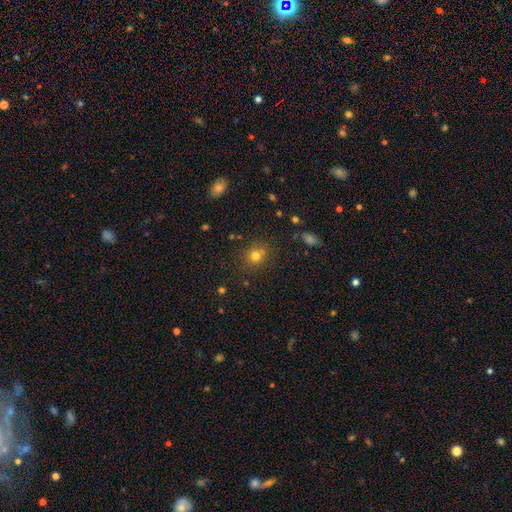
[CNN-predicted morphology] This is likely a smooth galaxy (75%). How rounded: clearly round (81%). Merging: likely none (75%).